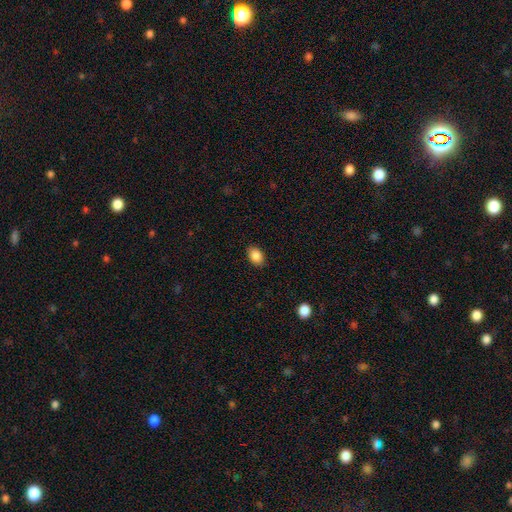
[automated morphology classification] A smooth galaxy with no disk features (88%) that is in between round and cigar-shaped (78%). Merging: none (87%).